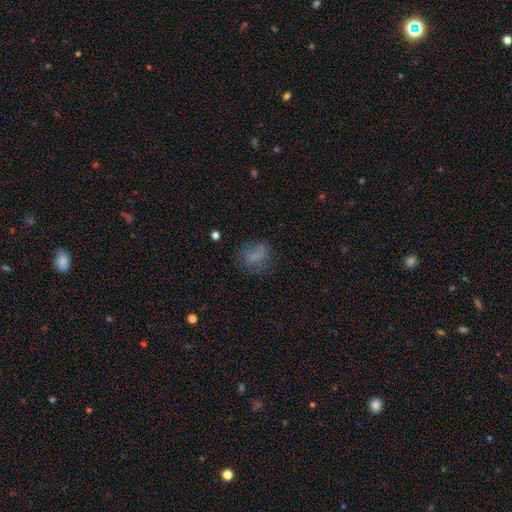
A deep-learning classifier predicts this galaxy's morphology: smooth-or-featured: smooth: 66% | featured or disk: 19% | star or artifact: 15%
  how-rounded: in between: 50% | round: 48% | cigar-shaped: 3%
  merging: none: 60% | minor disturbance: 21% | major disturbance: 15% | merger: 4%